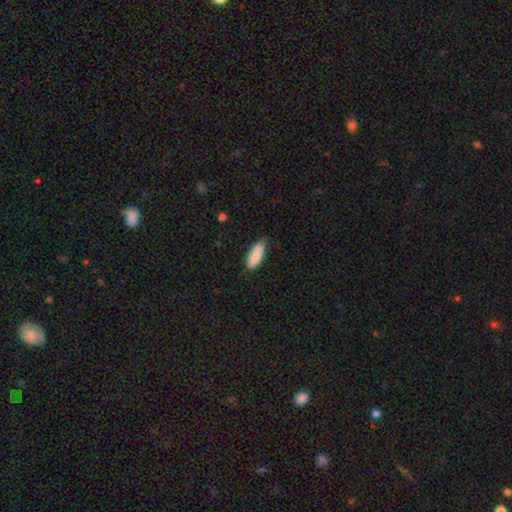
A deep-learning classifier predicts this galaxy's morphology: A smooth galaxy with no disk features (88%) that is in between round and cigar-shaped (78%). Merging: none (72%).